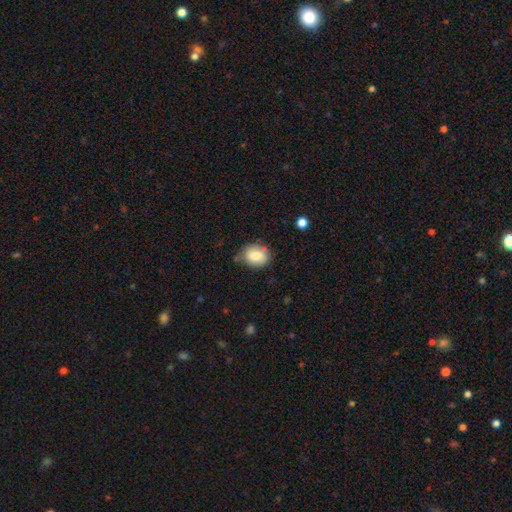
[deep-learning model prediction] The model was most divided on "how rounded": round: 55%, in between: 44%, cigar-shaped: 1%. More confident: smooth or featured — smooth (77%); merging — none (66%).